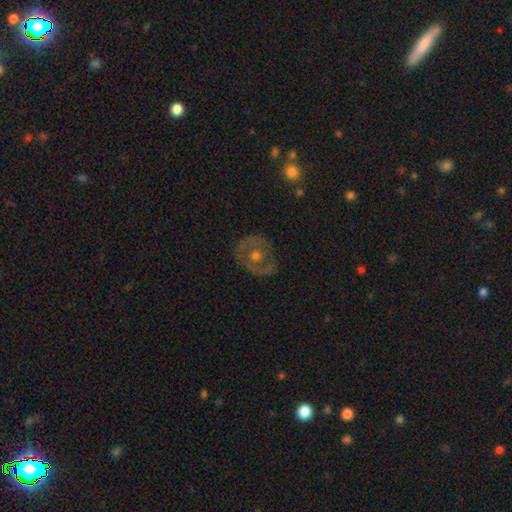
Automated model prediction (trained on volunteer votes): This is likely a featured or disk galaxy (66%). It is clearly not viewed edge-on (96%). Bar: clearly no (82%). Spiral arm pattern: likely no (63%). Central bulge: likely moderate (73%). Merging: likely none (78%).